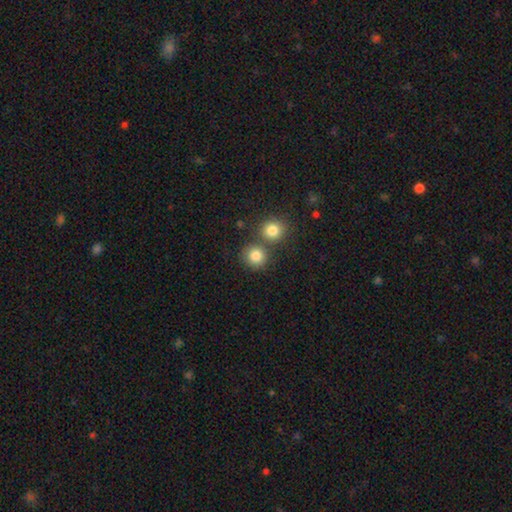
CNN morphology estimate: The model was most divided on "merging": none: 68%, merger: 22%, minor disturbance: 7%, major disturbance: 3%. More confident: how rounded — round (90%); smooth or featured — smooth (83%).